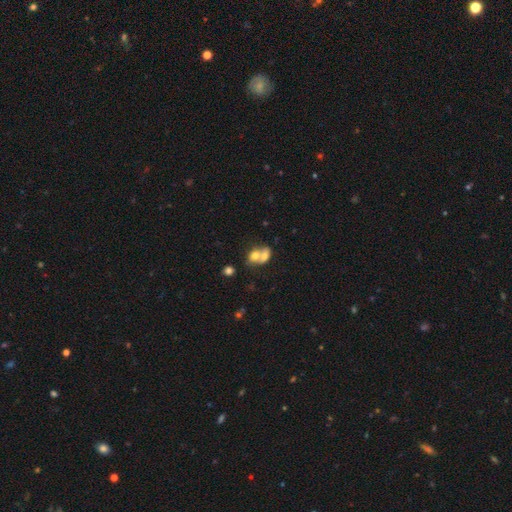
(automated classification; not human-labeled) A smooth galaxy with no disk features (65%) that is in between round and cigar-shaped (56%).

Vote fractions:
- Smooth or featured? smooth: 65% / featured or disk: 25% / star or artifact: 9%
- How rounded? in between: 56% / round: 42% / cigar-shaped: 2%
- Merging? merger: 73% / none: 17% / minor disturbance: 6% / major disturbance: 4%